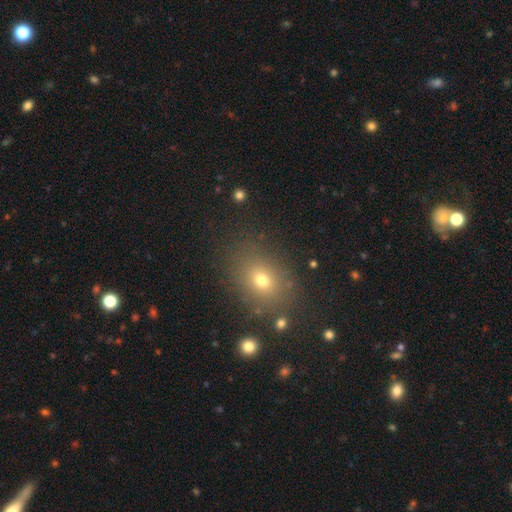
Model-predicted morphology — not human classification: This appears to be a smooth galaxy with no disk features (59%) that is round (49%, tied with in between). Merging: none (86%).